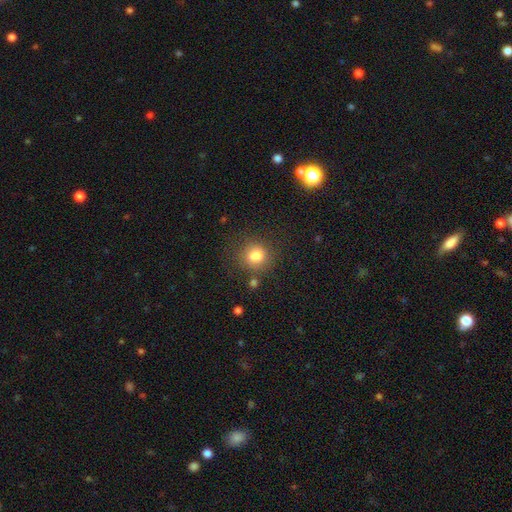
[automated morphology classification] Smooth or featured?
  - smooth: 81% *
  - star or artifact: 11%
  - featured or disk: 8%
How rounded?
  - round: 71% *
  - in between: 27%
  - cigar-shaped: 1%
Merging?
  - none: 74% *
  - minor disturbance: 14%
  - merger: 7%
  - major disturbance: 5%